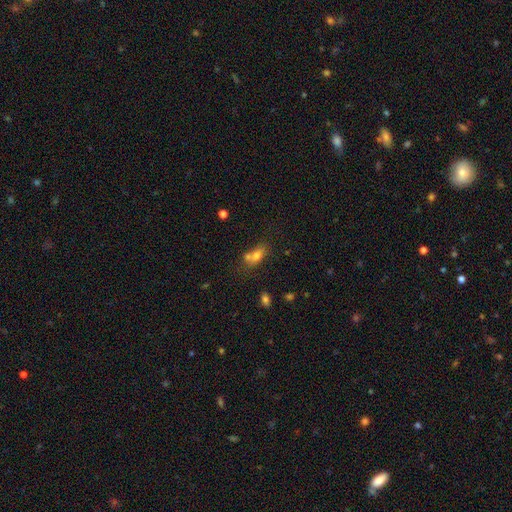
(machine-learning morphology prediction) Q: Smooth or featured?
A: smooth (68%); runner-up: featured or disk (17%)
Q: How rounded?
A: in between (67%); runner-up: round (26%)
Q: Merging?
A: merger (45%); runner-up: none (38%)